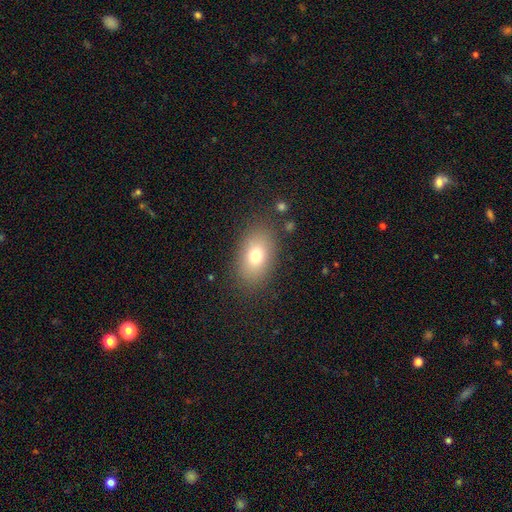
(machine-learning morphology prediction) type=smooth (75%); roundness=in between (85%); merging=none (83%).